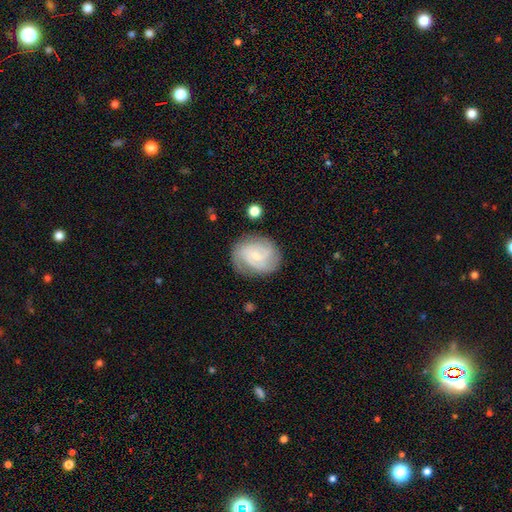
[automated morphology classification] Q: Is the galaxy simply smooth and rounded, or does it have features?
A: featured or disk — 72%.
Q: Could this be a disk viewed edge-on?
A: no — 98%.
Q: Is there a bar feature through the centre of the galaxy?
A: no — 51%.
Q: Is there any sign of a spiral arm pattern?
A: yes — 92%.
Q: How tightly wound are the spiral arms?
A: tight — 53%.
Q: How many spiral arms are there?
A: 2 — 32%.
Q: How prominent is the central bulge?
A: small — 69%.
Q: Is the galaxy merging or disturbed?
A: none — 74%.